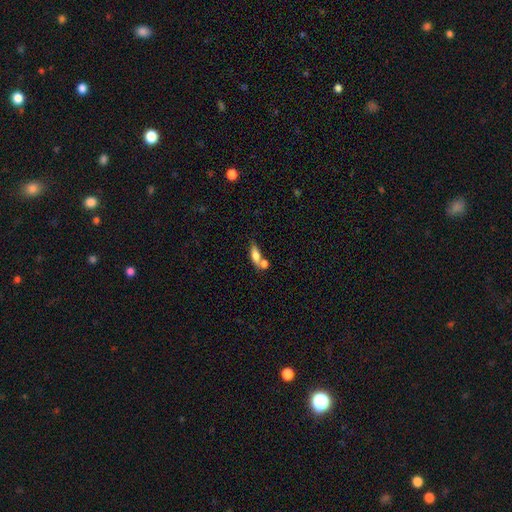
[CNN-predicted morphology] A smooth galaxy with no disk features (67%) that is in between round and cigar-shaped (64%).

Vote fractions:
- Smooth or featured? smooth: 67% / featured or disk: 24% / star or artifact: 9%
- How rounded? in between: 64% / cigar-shaped: 30% / round: 6%
- Merging? none: 43% / merger: 38% / minor disturbance: 13% / major disturbance: 6%